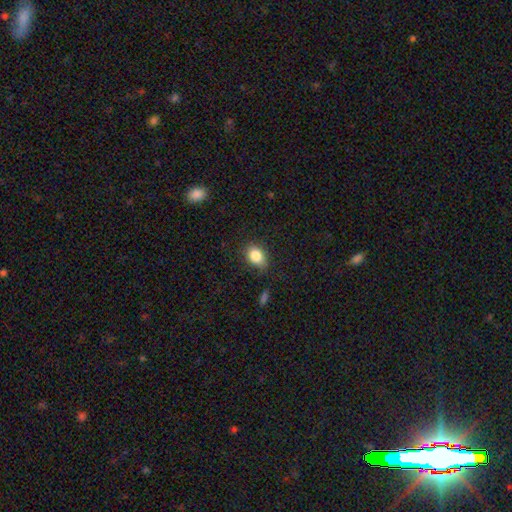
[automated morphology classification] smooth-or-featured: smooth: 85% | star or artifact: 9% | featured or disk: 6%
  how-rounded: in between: 70% | round: 29% | cigar-shaped: 1%
  merging: none: 77% | minor disturbance: 17% | major disturbance: 4% | merger: 2%